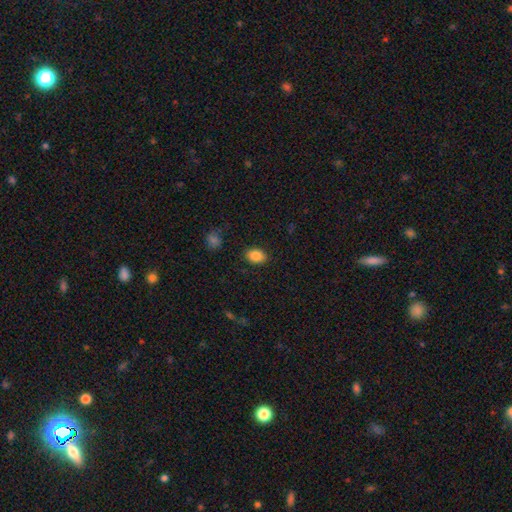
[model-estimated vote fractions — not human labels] This is clearly a smooth galaxy (85%). How rounded: likely in between (77%). Merging: clearly none (87%).